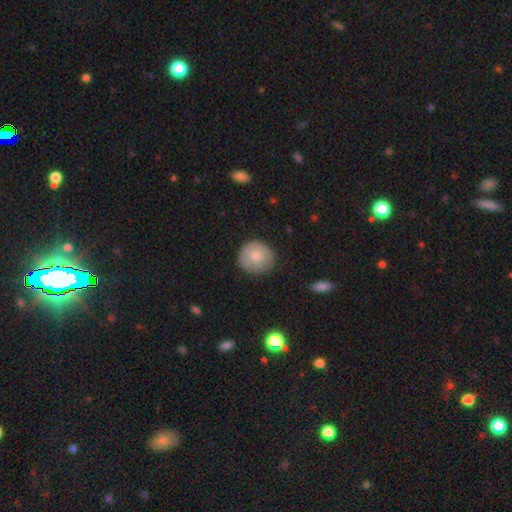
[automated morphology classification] A smooth galaxy with no disk features (76%) that is round (92%). Merging: none (83%).